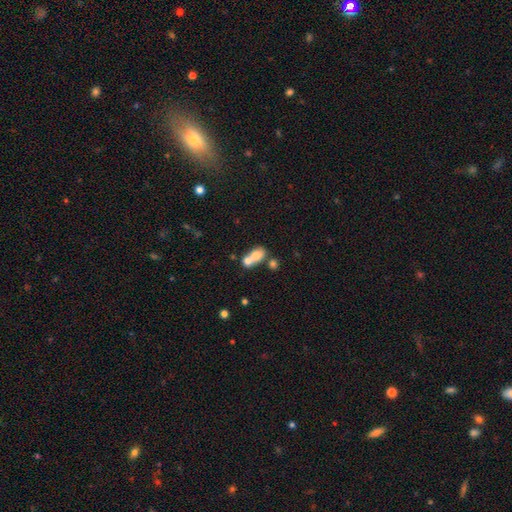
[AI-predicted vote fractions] A smooth galaxy with no disk features (70%) that is in between round and cigar-shaped (65%).

Vote fractions:
- Smooth or featured? smooth: 70% / featured or disk: 20% / star or artifact: 9%
- How rounded? in between: 65% / round: 30% / cigar-shaped: 4%
- Merging? merger: 66% / none: 21% / minor disturbance: 8% / major disturbance: 5%